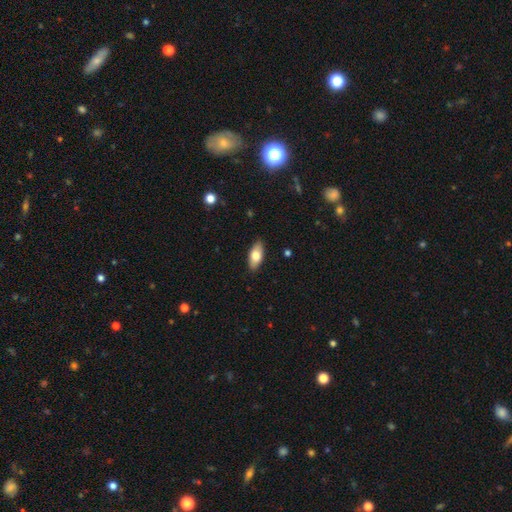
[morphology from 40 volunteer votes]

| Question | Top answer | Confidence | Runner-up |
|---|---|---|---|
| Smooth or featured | smooth | 68% | featured or disk (25%) |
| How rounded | in between | 74% | cigar-shaped (22%) |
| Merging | none | 95% | minor disturbance (3%) |